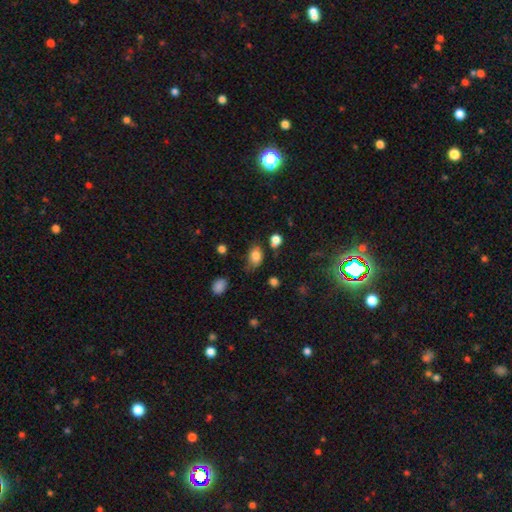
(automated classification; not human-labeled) smooth_or_featured: smooth (p=0.81) [alt: star or artifact p=0.10]
how_rounded: in between (p=0.82) [alt: round p=0.16]
merging: none (p=0.58) [alt: minor disturbance p=0.29]